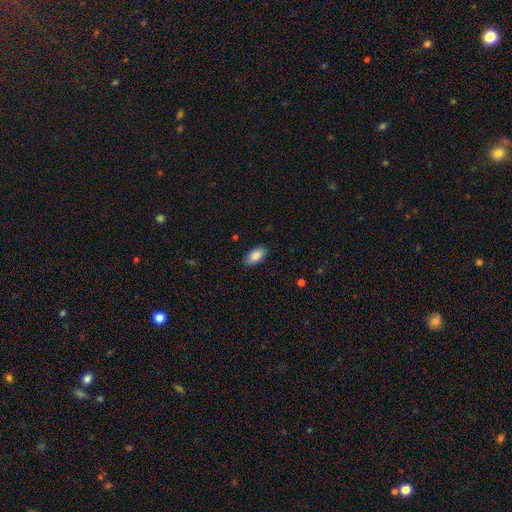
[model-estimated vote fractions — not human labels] smooth 86%, featured or disk 8%, star or artifact 7%. Down the decision tree: how rounded — in between (92%); merging — none (88%).